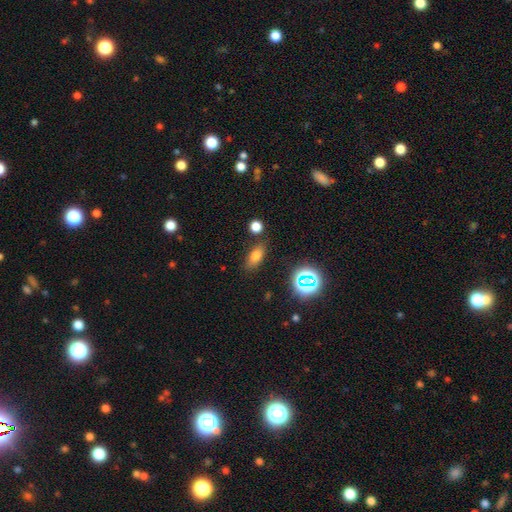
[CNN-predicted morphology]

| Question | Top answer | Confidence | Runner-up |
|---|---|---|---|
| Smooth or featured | smooth | 72% | star or artifact (17%) |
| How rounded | in between | 77% | cigar-shaped (13%) |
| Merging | none | 80% | minor disturbance (12%) |